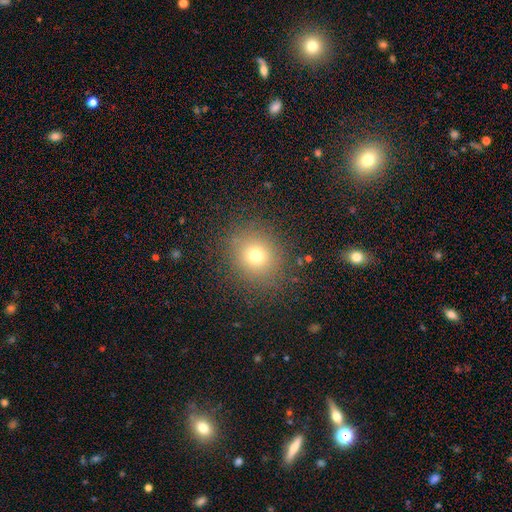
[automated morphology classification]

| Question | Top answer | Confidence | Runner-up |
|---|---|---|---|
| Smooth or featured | smooth | 72% | star or artifact (18%) |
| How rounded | round | 82% | in between (17%) |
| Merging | none | 87% | minor disturbance (8%) |